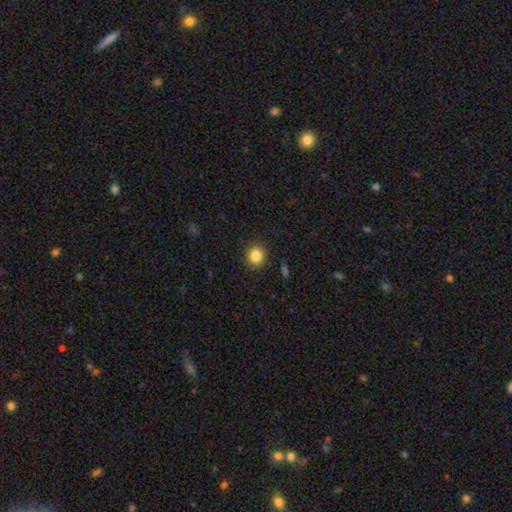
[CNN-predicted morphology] Smooth or featured? smooth (85%)
How rounded? round (88%)
Merging? none (90%)